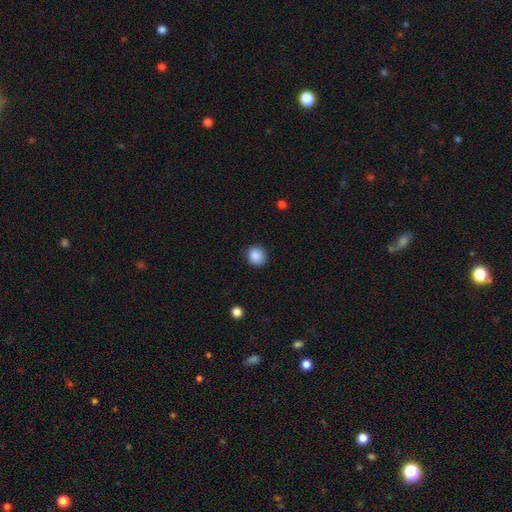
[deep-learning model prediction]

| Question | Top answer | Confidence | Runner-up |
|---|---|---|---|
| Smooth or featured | smooth | 88% | star or artifact (9%) |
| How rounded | round | 82% | in between (17%) |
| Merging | none | 86% | minor disturbance (10%) |